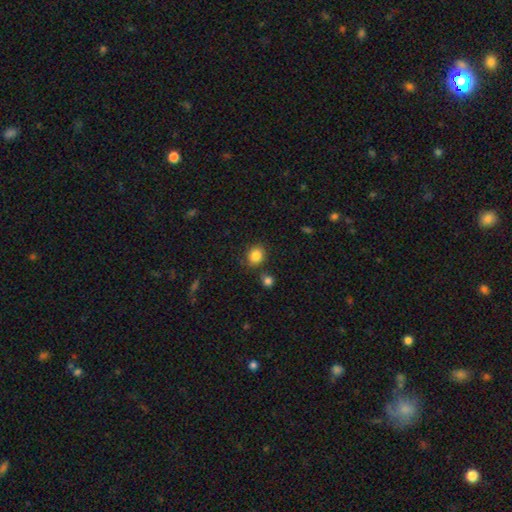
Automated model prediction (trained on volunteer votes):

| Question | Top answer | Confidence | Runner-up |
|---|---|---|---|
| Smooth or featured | smooth | 85% | star or artifact (10%) |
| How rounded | round | 69% | in between (30%) |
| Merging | none | 81% | minor disturbance (10%) |